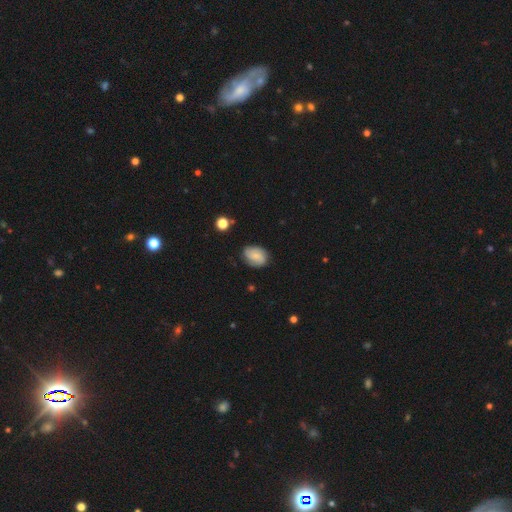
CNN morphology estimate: Smooth or featured? Predicted: smooth (p=0.55). How rounded? Predicted: in between (p=0.68). Merging? Predicted: none (p=0.77).